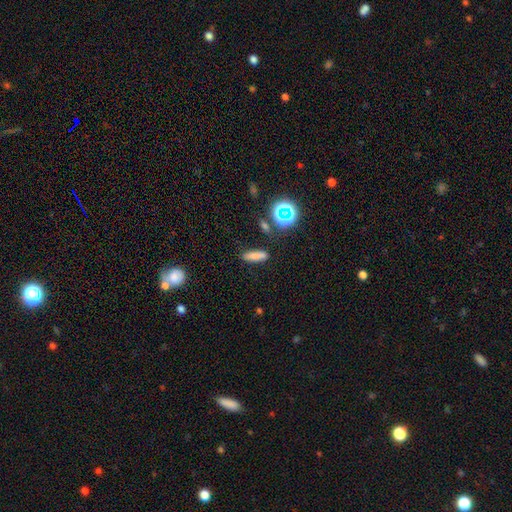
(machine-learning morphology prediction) Smooth or featured?
  - smooth: 75% *
  - star or artifact: 15%
  - featured or disk: 10%
How rounded?
  - cigar-shaped: 63% *
  - in between: 32%
  - round: 5%
Merging?
  - none: 82% *
  - minor disturbance: 11%
  - merger: 4%
  - major disturbance: 3%